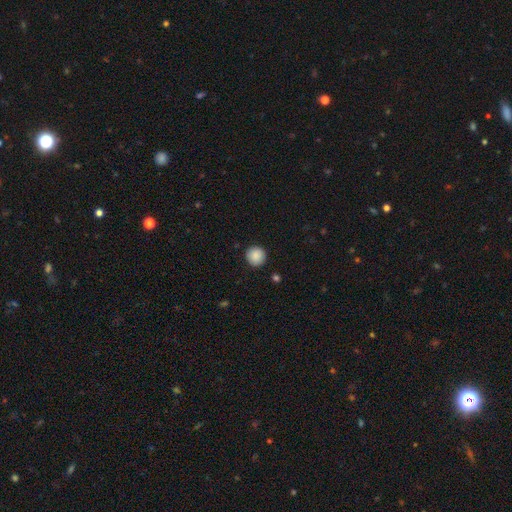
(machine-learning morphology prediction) A smooth galaxy with no disk features (89%) that is round (94%).

Vote fractions:
- Smooth or featured? smooth: 89% / star or artifact: 8% / featured or disk: 3%
- How rounded? round: 94% / in between: 5% / cigar-shaped: 1%
- Merging? none: 91% / minor disturbance: 6% / major disturbance: 2% / merger: 1%